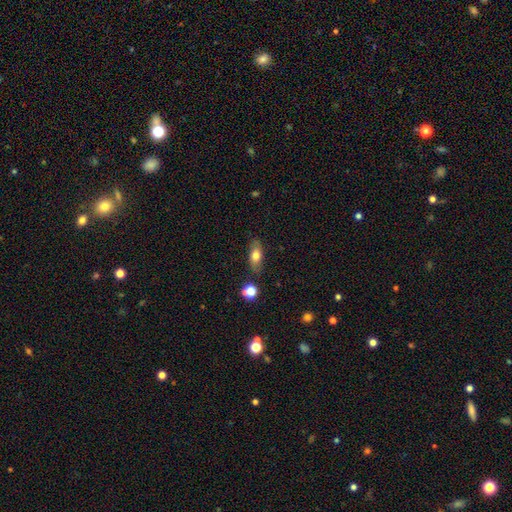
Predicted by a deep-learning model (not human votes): This appears to be a smooth galaxy with no disk features (72%) that is in between round and cigar-shaped (76%). Merging: none (79%).